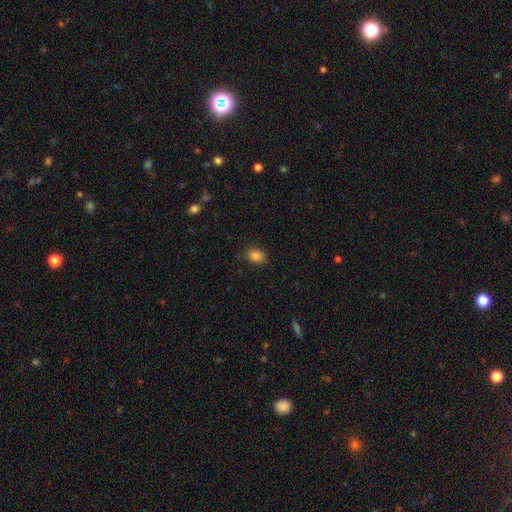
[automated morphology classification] Smooth or featured? smooth (85%)
How rounded? in between (70%)
Merging? none (86%)